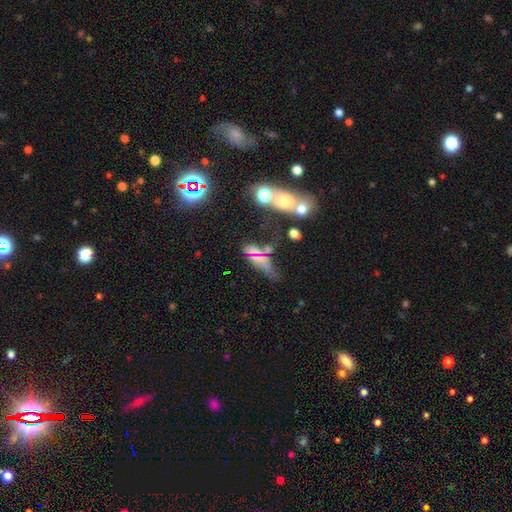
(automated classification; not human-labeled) This is marginally a smooth galaxy (44%). Merging: marginally none (38%).